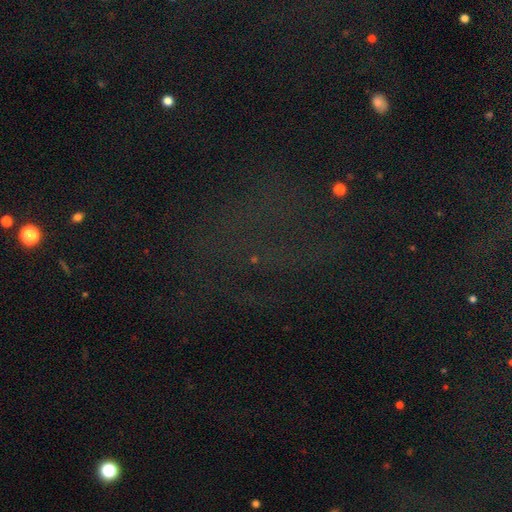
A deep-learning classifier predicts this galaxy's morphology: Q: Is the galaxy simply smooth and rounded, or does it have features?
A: star or artifact — 62%.